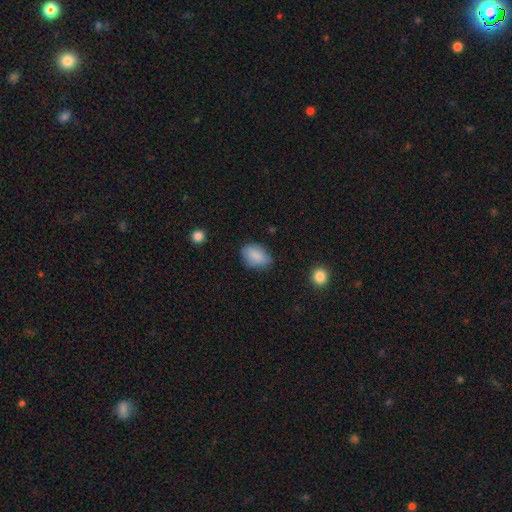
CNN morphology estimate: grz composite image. It shows a smooth galaxy with no disk features (86%) that is in between round and cigar-shaped (85%). Merging: none (71%).